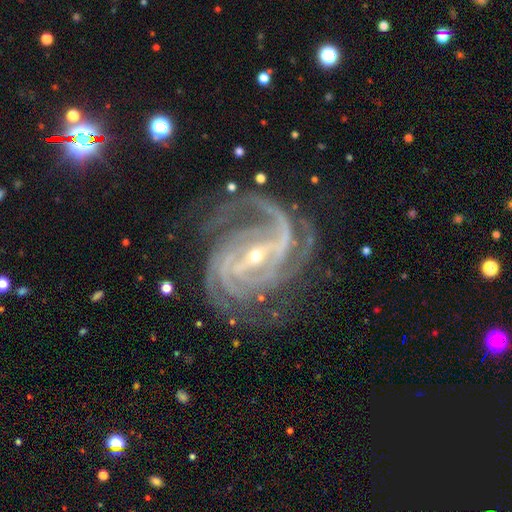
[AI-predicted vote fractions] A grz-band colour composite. It shows a featured or disk galaxy (93%) with a strong bar (64%), 3 (28%) tight (50%) spiral arms (99%) and a small central bulge (73%). Merging: none (69%).